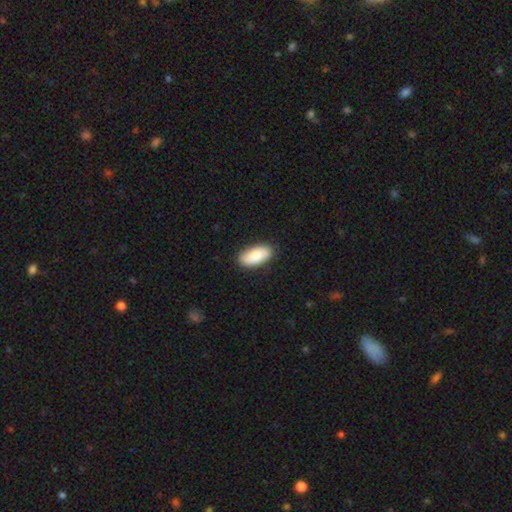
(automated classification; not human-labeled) Smooth or featured? Predicted: smooth (p=0.87). How rounded? Predicted: in between (p=0.91). Merging? Predicted: none (p=0.87).